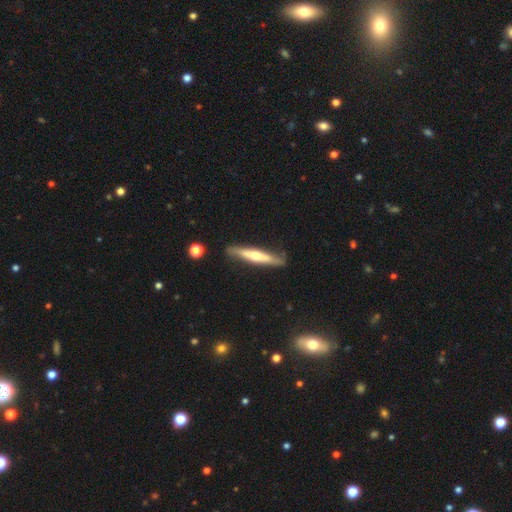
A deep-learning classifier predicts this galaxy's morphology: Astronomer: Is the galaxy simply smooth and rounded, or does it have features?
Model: featured or disk — 53% (runner-up: smooth, 42%).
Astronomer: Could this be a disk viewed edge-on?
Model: yes — 91%.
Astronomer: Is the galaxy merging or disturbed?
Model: none — 79%.